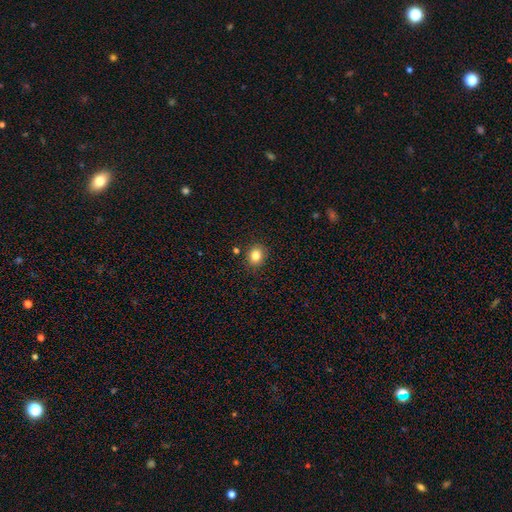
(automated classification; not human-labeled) smooth-or-featured: smooth: 82% | star or artifact: 11% | featured or disk: 6%
  how-rounded: round: 74% | in between: 26% | cigar-shaped: 1%
  merging: none: 86% | minor disturbance: 9% | merger: 3% | major disturbance: 2%